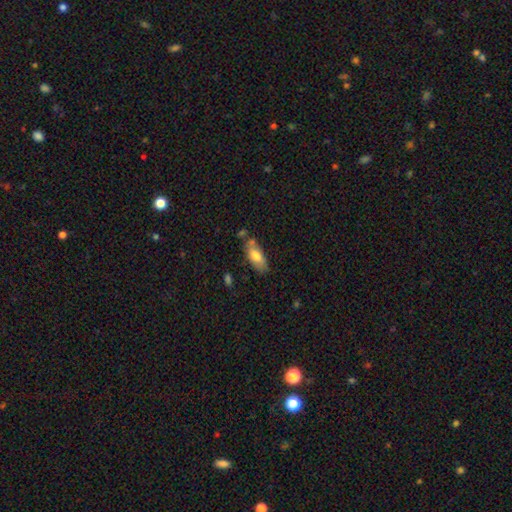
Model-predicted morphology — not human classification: smooth_or_featured: smooth (p=0.71) [alt: featured or disk p=0.23]
how_rounded: in between (p=0.84) [alt: cigar-shaped p=0.13]
merging: none (p=0.64) [alt: minor disturbance p=0.21]